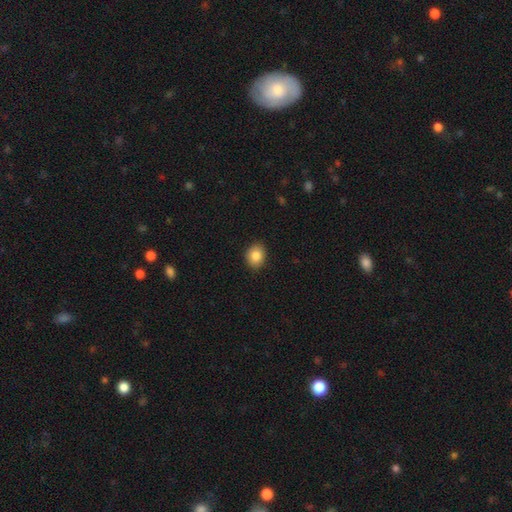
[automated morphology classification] Smooth or featured?
  - smooth: 86% *
  - star or artifact: 9%
  - featured or disk: 6%
How rounded?
  - round: 54% *
  - in between: 45%
  - cigar-shaped: 1%
Merging?
  - none: 89% *
  - minor disturbance: 8%
  - major disturbance: 2%
  - merger: 1%